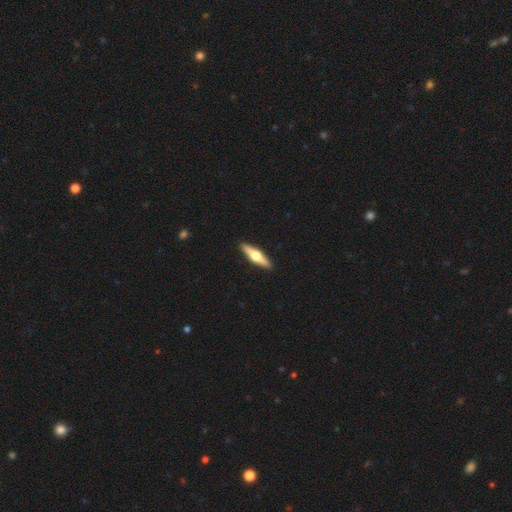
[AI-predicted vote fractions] This appears to be a featured or disk galaxy (60%) viewed edge-on (95%) with a rounded central bulge (95%). Merging: none (92%).